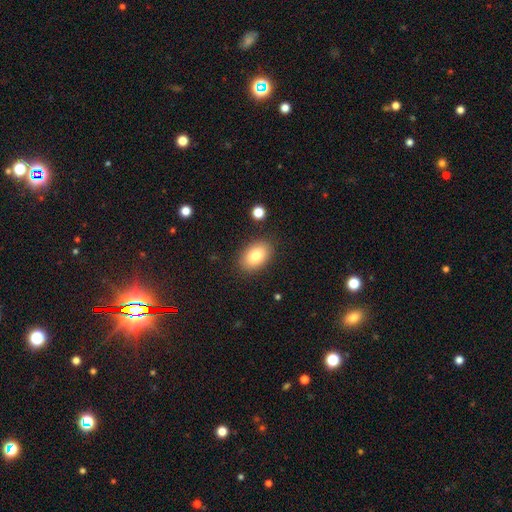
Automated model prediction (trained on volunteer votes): Smooth or featured? Predicted: smooth (p=0.82). How rounded? Predicted: in between (p=0.89). Merging? Predicted: none (p=0.86).